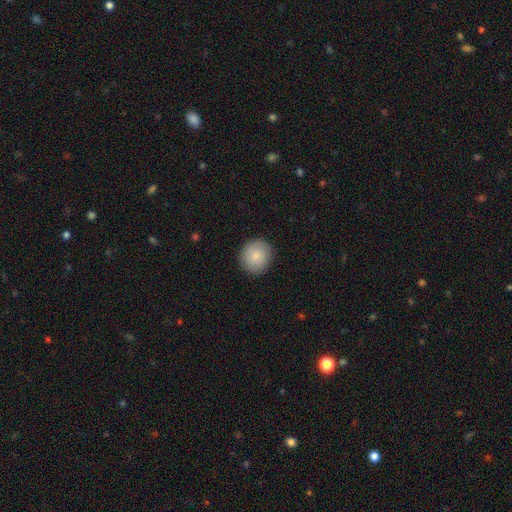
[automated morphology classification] Q: Smooth or featured?
A: smooth (83%); runner-up: featured or disk (10%)
Q: How rounded?
A: round (88%); runner-up: in between (11%)
Q: Merging?
A: none (88%); runner-up: minor disturbance (8%)